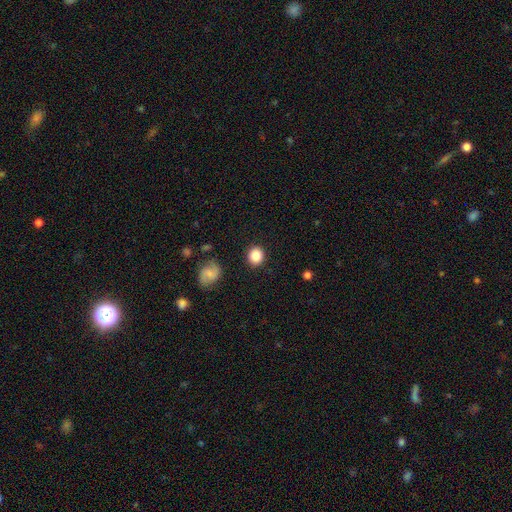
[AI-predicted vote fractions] smooth_or_featured: smooth (p=0.85) [alt: star or artifact p=0.09]
how_rounded: round (p=0.83) [alt: in between p=0.16]
merging: none (p=0.88) [alt: minor disturbance p=0.07]